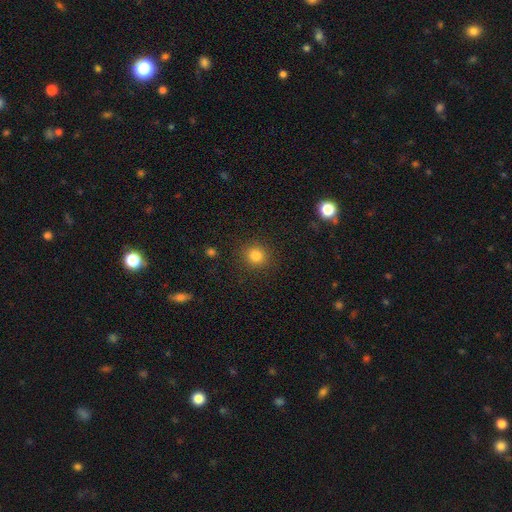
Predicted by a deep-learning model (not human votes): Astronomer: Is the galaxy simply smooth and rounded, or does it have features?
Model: smooth — 83%.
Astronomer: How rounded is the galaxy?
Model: round — 87%.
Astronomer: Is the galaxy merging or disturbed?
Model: none — 89%.